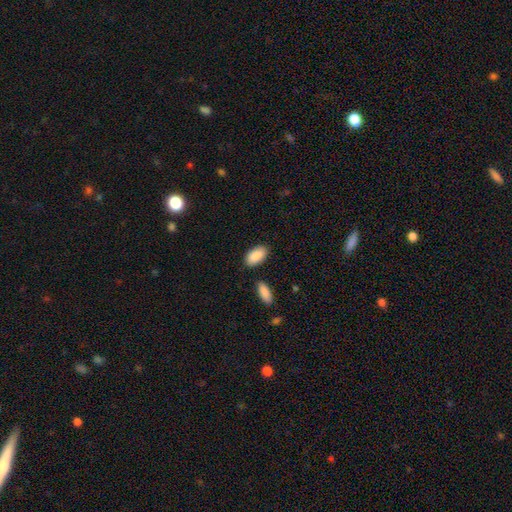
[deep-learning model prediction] smooth-or-featured: smooth: 90% | star or artifact: 6% | featured or disk: 4%
  how-rounded: in between: 94% | cigar-shaped: 3% | round: 3%
  merging: none: 82% | minor disturbance: 11% | merger: 4% | major disturbance: 3%